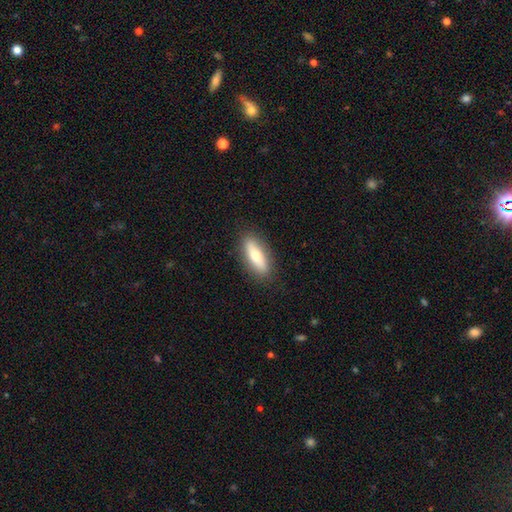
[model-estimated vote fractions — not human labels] Smooth or featured?
  - smooth: 63% *
  - featured or disk: 31%
  - star or artifact: 6%
How rounded?
  - in between: 57% *
  - cigar-shaped: 40%
  - round: 3%
Merging?
  - none: 88% *
  - minor disturbance: 9%
  - major disturbance: 2%
  - merger: 1%